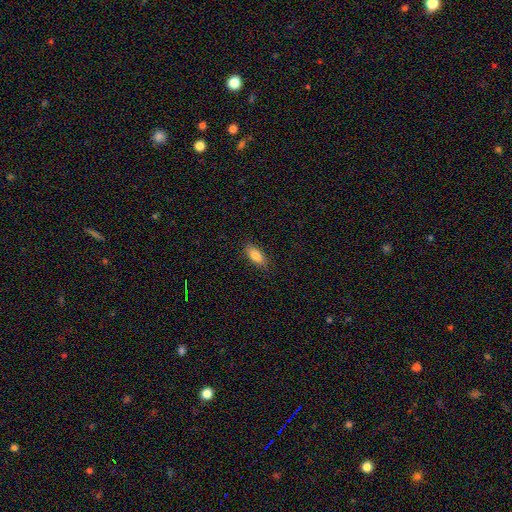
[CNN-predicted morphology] This appears to be a smooth galaxy with no disk features (83%) that is in between round and cigar-shaped (83%). Merging: none (87%).